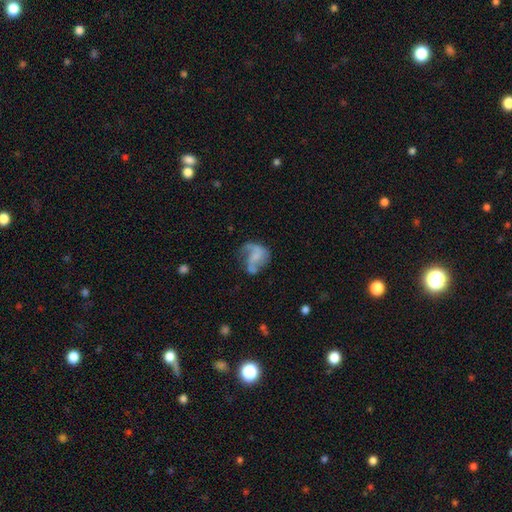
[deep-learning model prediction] A featured or disk galaxy (58%) with no bar (59%), spiral arms (71%) and no central bulge (65%).

Vote fractions:
- Smooth or featured? featured or disk: 58% / smooth: 32% / star or artifact: 10%
- Edge-on disk? no: 98% / yes: 2%
- Bar? no: 59% / weak: 30% / strong: 11%
- Spiral arms? yes: 71% / no: 29%
- Bulge size? none: 65% / small: 18% / moderate: 10% / large: 5% / dominant: 2%
- Merging? none: 35% (tied) / major disturbance: 35% (tied) / minor disturbance: 22% / merger: 8%